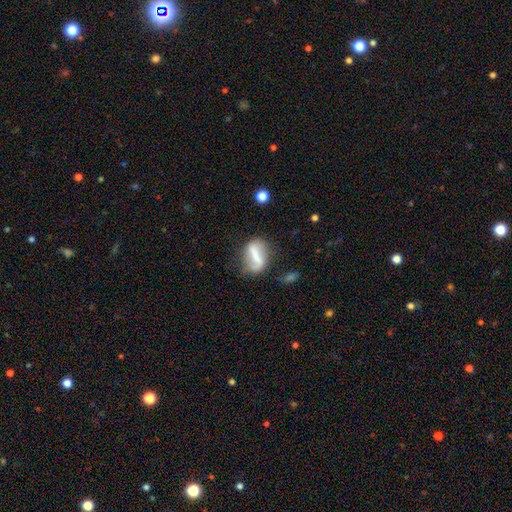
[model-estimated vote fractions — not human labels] Smooth or featured?
  - featured or disk: 55% *
  - smooth: 36%
  - star or artifact: 8%
Edge-on disk?
  - no: 92% *
  - yes: 8%
Bar?
  - strong: 71% *
  - weak: 17%
  - no: 12%
Spiral arms?
  - yes: 57% *
  - no: 43%
Bulge size?
  - none: 48% *
  - small: 25%
  - moderate: 17%
  - large: 7%
  - dominant: 3%
Merging?
  - none: 59% *
  - minor disturbance: 23%
  - major disturbance: 12%
  - merger: 5%